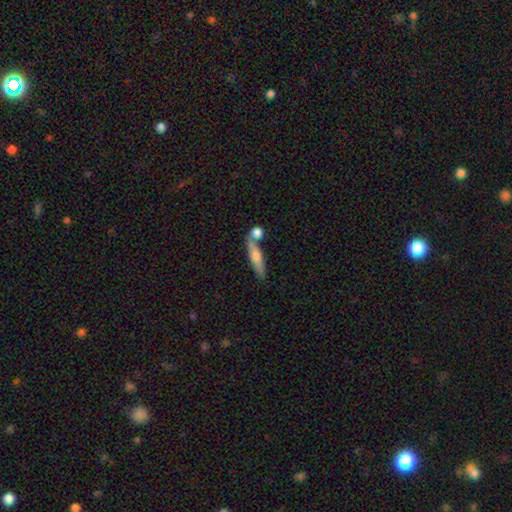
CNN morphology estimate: Smooth or featured?
  - smooth: 52% *
  - featured or disk: 40%
  - star or artifact: 7%
How rounded?
  - cigar-shaped: 77% *
  - in between: 19%
  - round: 4%
Merging?
  - none: 58% *
  - merger: 25%
  - minor disturbance: 13%
  - major disturbance: 5%